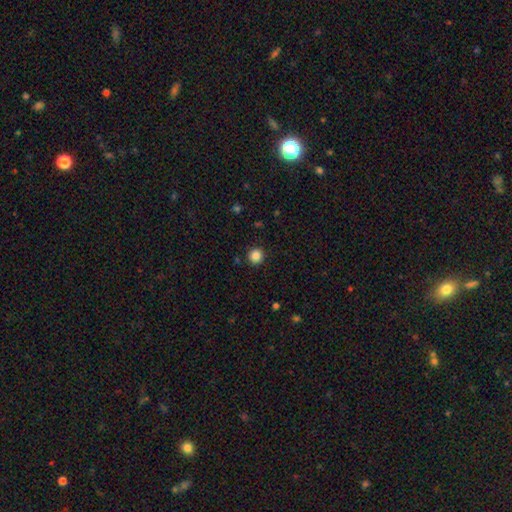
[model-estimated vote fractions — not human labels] Smooth or featured?
  - smooth: 86% *
  - star or artifact: 11%
  - featured or disk: 3%
How rounded?
  - round: 93% *
  - in between: 6%
  - cigar-shaped: 1%
Merging?
  - none: 91% *
  - minor disturbance: 5%
  - major disturbance: 2%
  - merger: 1%